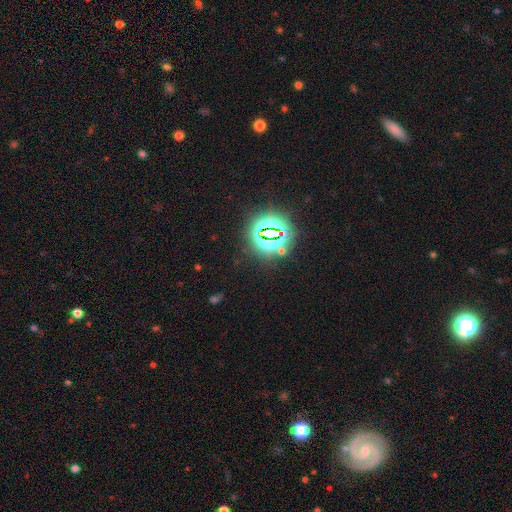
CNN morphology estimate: smooth-or-featured: star or artifact: 77% | smooth: 15% | featured or disk: 8%